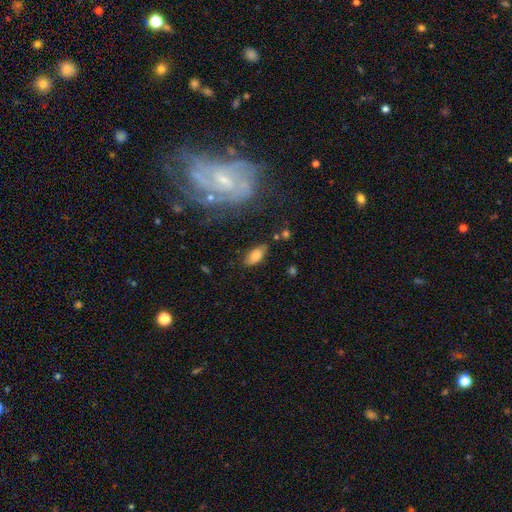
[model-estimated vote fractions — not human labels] Morphology: type=smooth (77%); roundness=in between (90%); merging=none (73%).